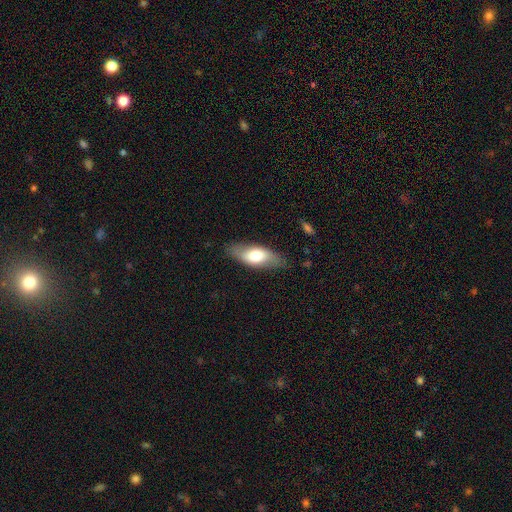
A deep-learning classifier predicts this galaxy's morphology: Overall: smooth (62%; featured or disk 32%). How rounded: in between (79%). Merging: none (79%).